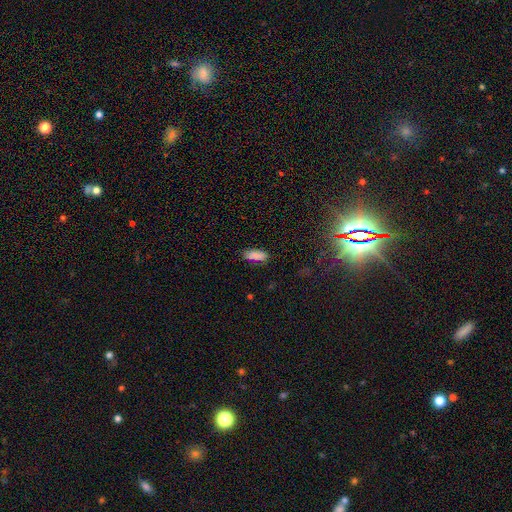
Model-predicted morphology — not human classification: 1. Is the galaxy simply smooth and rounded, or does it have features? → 86% smooth, 8% star or artifact, 5% featured or disk.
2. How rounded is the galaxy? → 74% in between, 24% cigar-shaped, 2% round.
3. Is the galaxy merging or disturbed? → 82% none, 14% minor disturbance, 3% major disturbance, 2% merger.